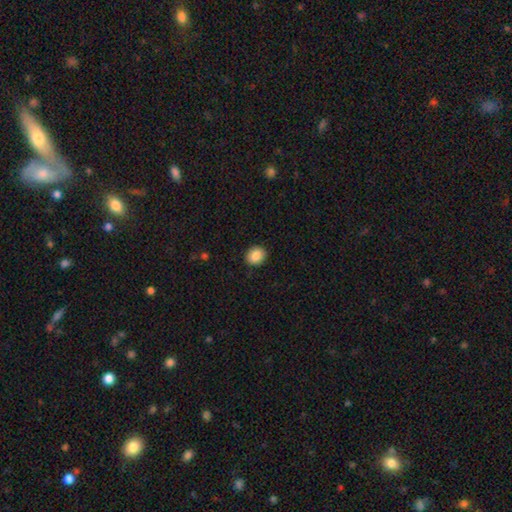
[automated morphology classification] The model was most divided on "how rounded": round: 66%, in between: 33%, cigar-shaped: 1%. More confident: merging — none (90%); smooth or featured — smooth (87%).